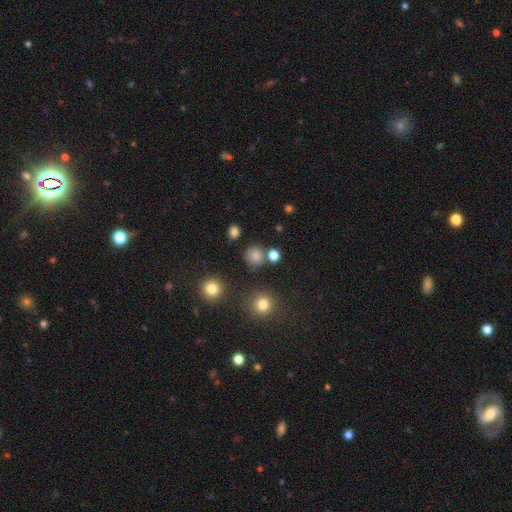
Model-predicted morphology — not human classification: This appears to be a smooth galaxy with no disk features (79%) that is round (90%). Merging: none (80%).